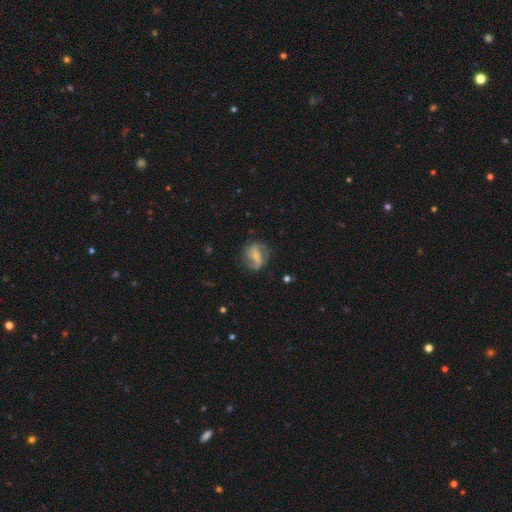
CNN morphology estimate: The model was most divided on "bulge size": small: 38%, none: 35%, moderate: 21%, large: 5%, dominant: 2%. Remaining: edge-on disk — no (97%); spiral arms — yes (87%); spiral arm count — 2 (76%); smooth or featured — featured or disk (67%); merging — none (61%); spiral winding — loose (50%); bar — weak (41%).